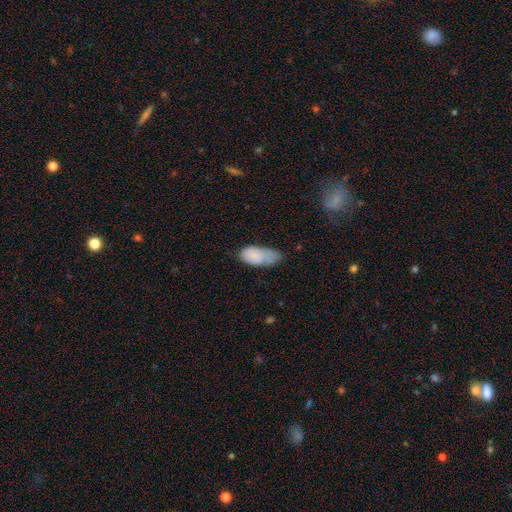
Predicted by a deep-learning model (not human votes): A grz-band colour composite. It shows a smooth galaxy with no disk features (81%) that is in between round and cigar-shaped (90%). Merging: minor disturbance (43%).